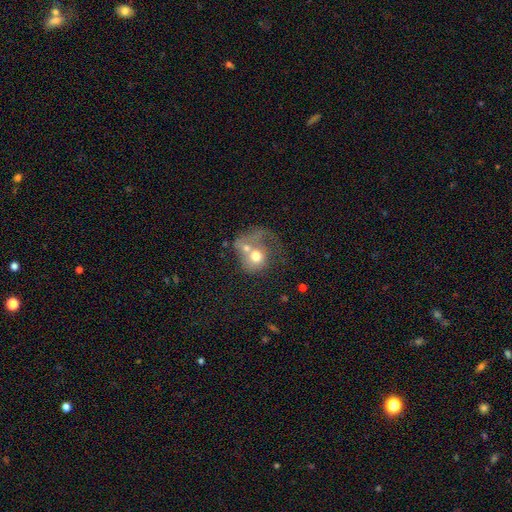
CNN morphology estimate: A smooth galaxy with no disk features (53%) that is round (67%).

Vote fractions:
- Smooth or featured? smooth: 53% / featured or disk: 39% / star or artifact: 8%
- How rounded? round: 67% / in between: 32% / cigar-shaped: 1%
- Merging? merger: 58% / major disturbance: 21% / none: 13% / minor disturbance: 8%